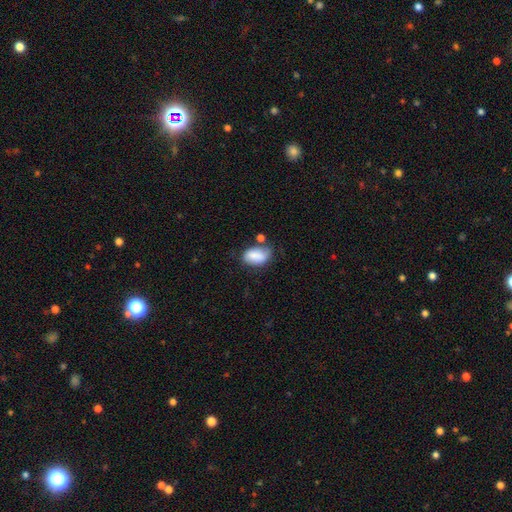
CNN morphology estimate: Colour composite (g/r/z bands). It shows a smooth galaxy with no disk features (80%) that is in between round and cigar-shaped (89%). Merging: none (49%).